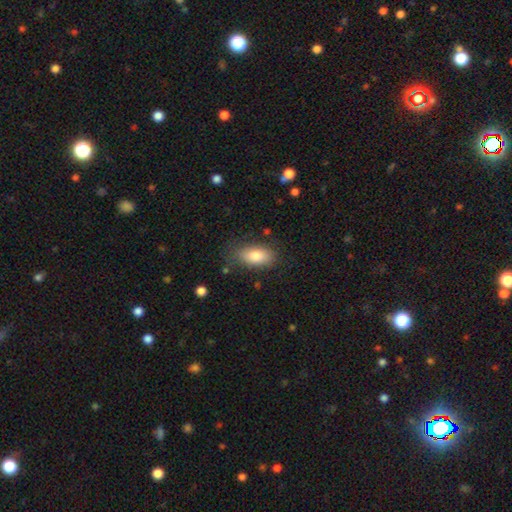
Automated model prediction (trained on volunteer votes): A smooth galaxy with no disk features (82%) that is in between round and cigar-shaped (90%). Merging: none (77%).